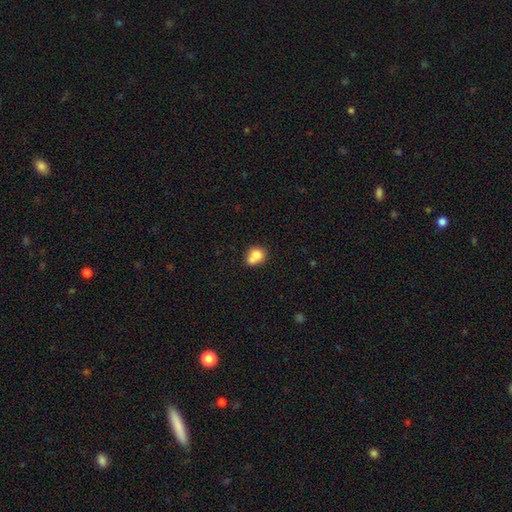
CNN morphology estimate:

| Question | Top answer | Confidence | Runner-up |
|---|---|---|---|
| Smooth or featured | smooth | 76% | featured or disk (14%) |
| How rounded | round | 57% | in between (42%) |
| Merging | merger | 39% | tied: none (39%) |